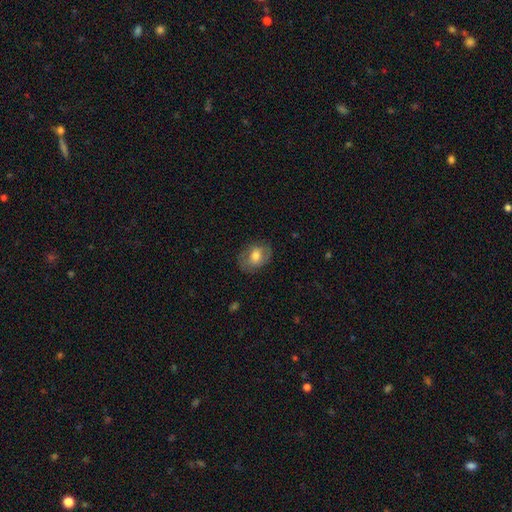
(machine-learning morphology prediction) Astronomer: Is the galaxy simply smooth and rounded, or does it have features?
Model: smooth — 61%.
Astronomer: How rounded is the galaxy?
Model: in between — 65%.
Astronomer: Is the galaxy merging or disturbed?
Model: none — 76%.